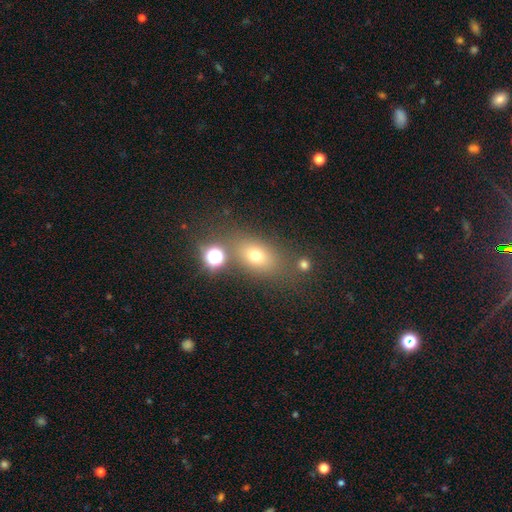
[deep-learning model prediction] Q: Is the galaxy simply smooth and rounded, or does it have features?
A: smooth — 68%.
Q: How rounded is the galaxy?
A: in between — 67%.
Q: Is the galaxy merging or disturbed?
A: none — 70%.